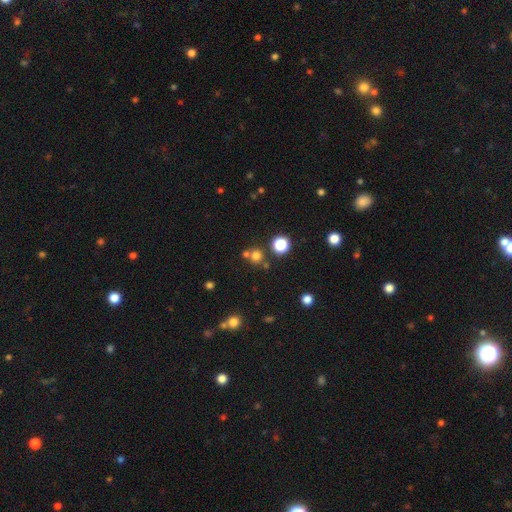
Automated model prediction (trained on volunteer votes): smooth 70%, star or artifact 22%, featured or disk 7%. Down the decision tree: how rounded — round (91%); merging — none (68%).